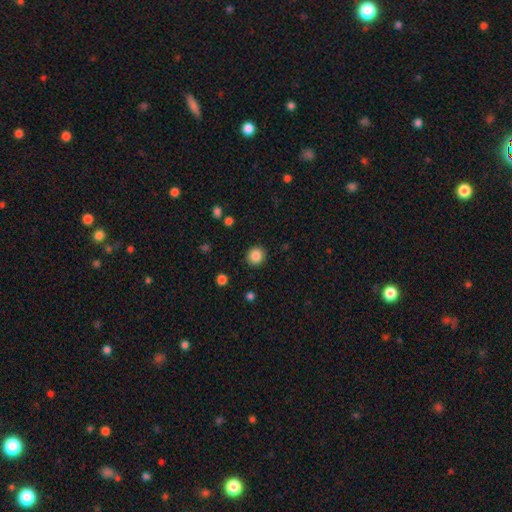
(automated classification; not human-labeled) smooth 85%, star or artifact 10%, featured or disk 4%. Down the decision tree: how rounded — round (90%); merging — none (91%).